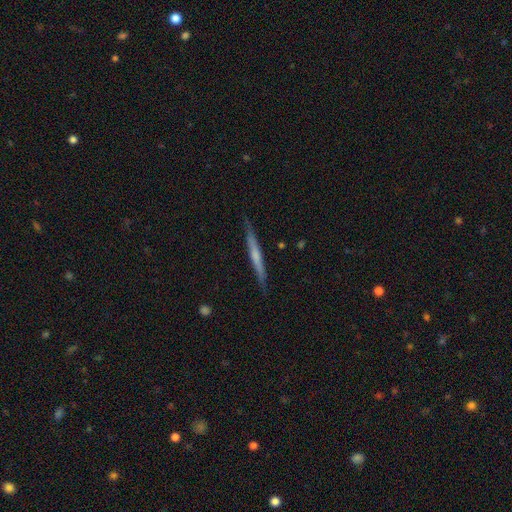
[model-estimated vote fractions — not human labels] smooth-or-featured: featured or disk: 55% | smooth: 39% | star or artifact: 5%
  disk-edge-on: yes: 97% | no: 3%
    edge-on-bulge: none: 59% | rounded: 31% | boxy: 10%
  merging: none: 88% | minor disturbance: 9% | major disturbance: 2% | merger: 1%